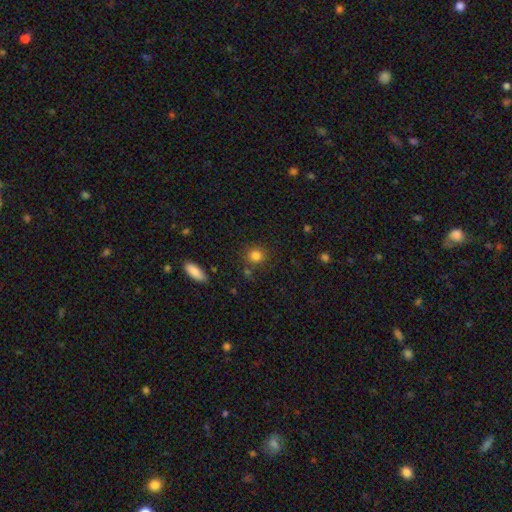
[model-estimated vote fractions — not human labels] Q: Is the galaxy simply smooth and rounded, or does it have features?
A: smooth — 84%.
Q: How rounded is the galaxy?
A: round — 82%.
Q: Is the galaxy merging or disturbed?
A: none — 82%.